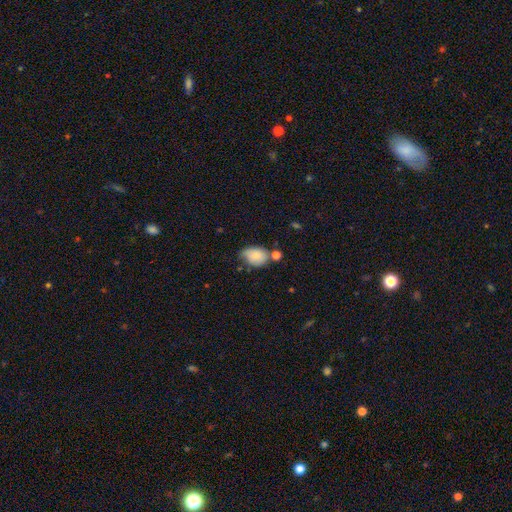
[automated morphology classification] smooth 80%, featured or disk 12%, star or artifact 8%. Down the decision tree: how rounded — in between (77%); merging — none (44%).